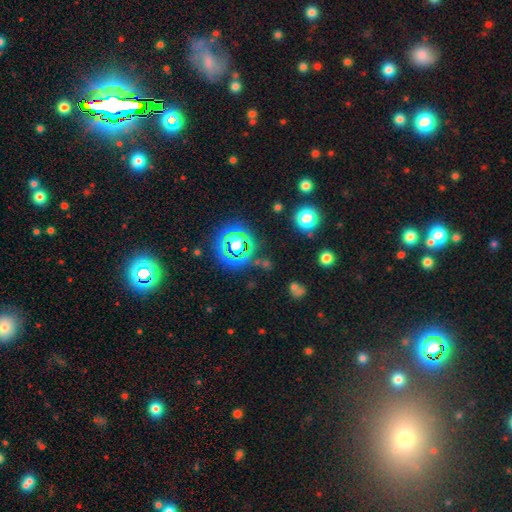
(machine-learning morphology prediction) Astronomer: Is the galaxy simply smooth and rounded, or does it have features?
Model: star or artifact — 70%.